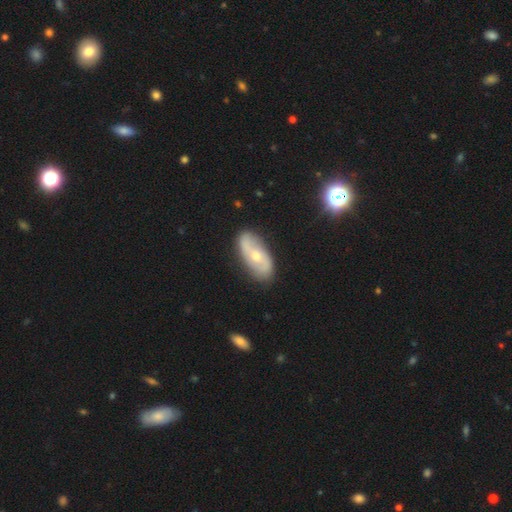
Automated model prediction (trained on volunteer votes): The model was most divided on "bulge size": moderate: 51%, small: 45%, large: 2%, none: 1%, dominant: 1%. More confident: edge-on disk — no (91%); merging — none (81%); spiral arms — yes (79%); smooth or featured — featured or disk (66%); bar — no (60%).